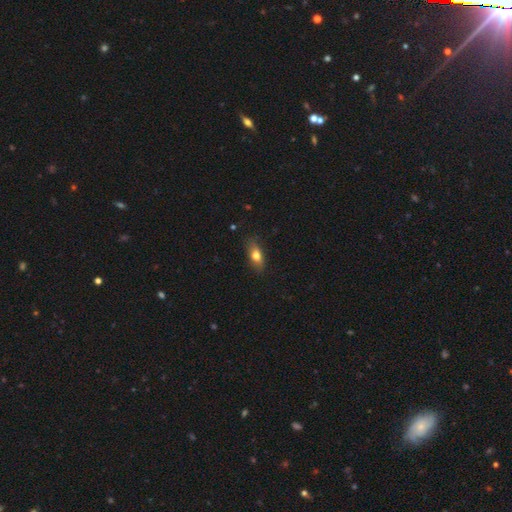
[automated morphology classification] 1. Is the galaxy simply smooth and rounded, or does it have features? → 71% smooth, 21% featured or disk, 8% star or artifact.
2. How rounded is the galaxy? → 73% in between, 20% cigar-shaped, 6% round.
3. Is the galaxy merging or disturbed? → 81% none, 14% minor disturbance, 3% major disturbance, 1% merger.